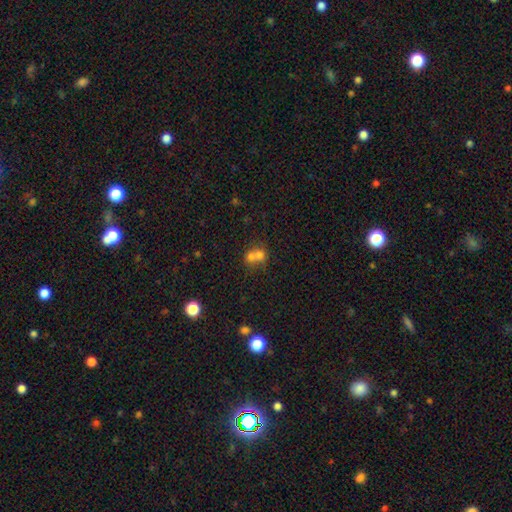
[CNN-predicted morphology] Q: Smooth or featured?
A: smooth (67%); runner-up: featured or disk (19%)
Q: How rounded?
A: round (67%); runner-up: in between (32%)
Q: Merging?
A: merger (68%); runner-up: none (23%)